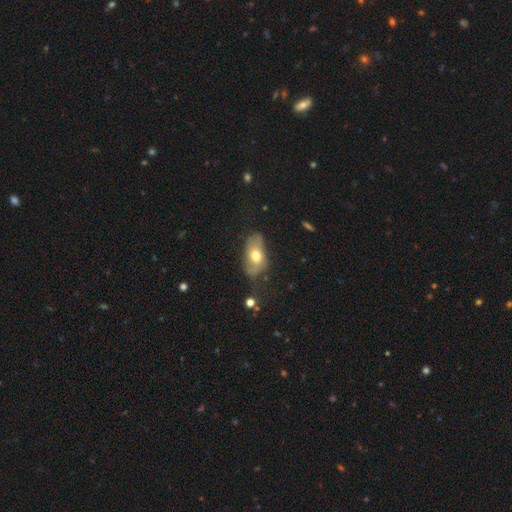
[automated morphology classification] Smooth or featured? smooth (59%)
How rounded? in between (89%)
Merging? none (56%)